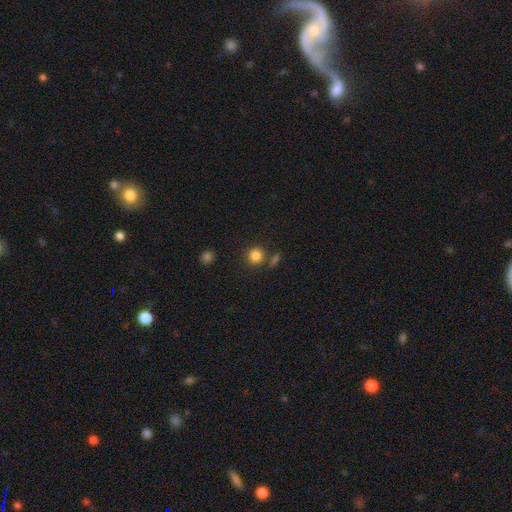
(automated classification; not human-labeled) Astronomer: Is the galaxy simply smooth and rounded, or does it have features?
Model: smooth — 84%.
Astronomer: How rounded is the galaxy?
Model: round — 91%.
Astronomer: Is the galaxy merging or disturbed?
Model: none — 76%.